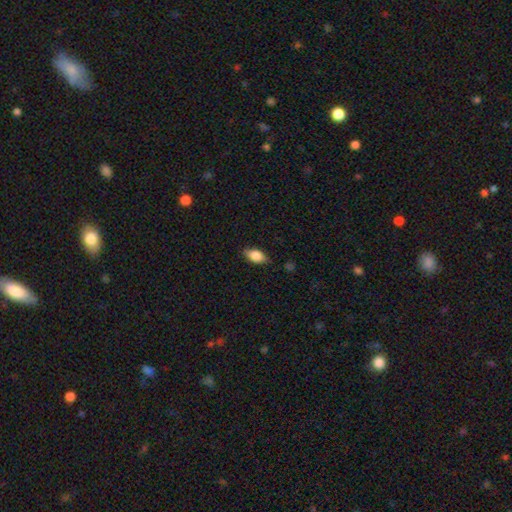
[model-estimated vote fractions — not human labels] Morphology: type=smooth (78%); roundness=in between (87%); merging=none (80%).